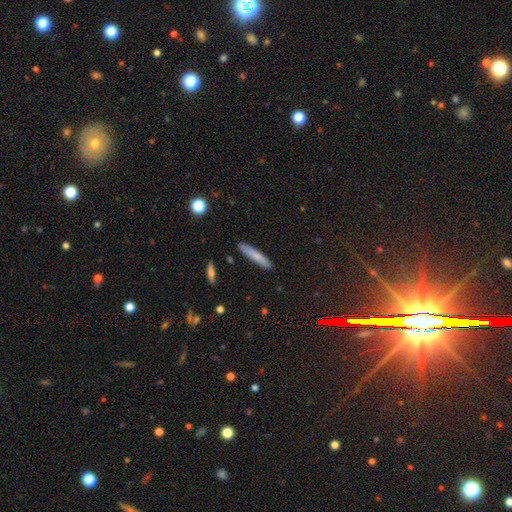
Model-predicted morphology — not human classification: A smooth galaxy with no disk features (73%) that is cigar-shaped (92%).

Vote fractions:
- Smooth or featured? smooth: 73% / featured or disk: 20% / star or artifact: 7%
- How rounded? cigar-shaped: 92% / in between: 7% / round: 1%
- Merging? none: 88% / minor disturbance: 8% / merger: 2% / major disturbance: 2%